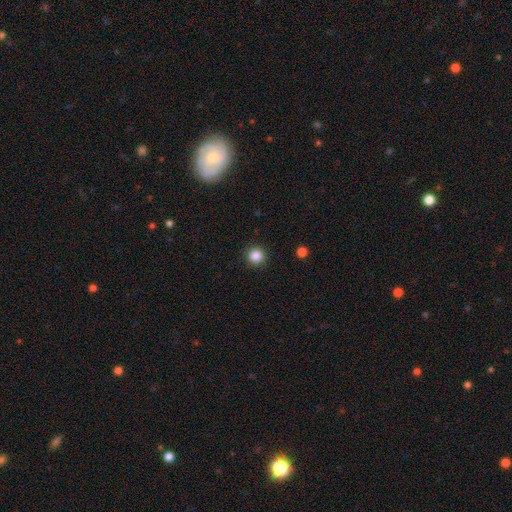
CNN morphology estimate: Smooth or featured: smooth — 85% (star or artifact — 11%)
How rounded: round — 95% (in between — 4%)
Merging: none — 92% (minor disturbance — 5%)